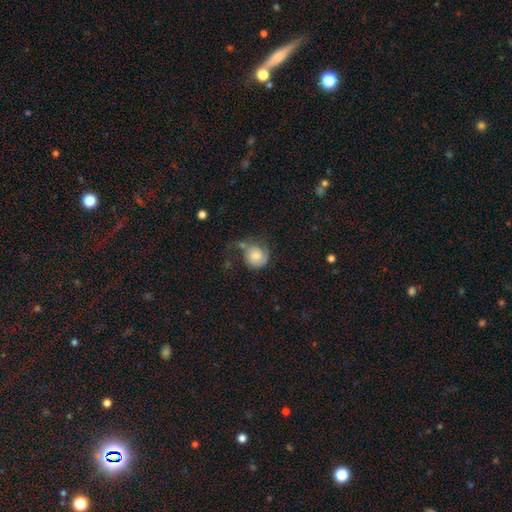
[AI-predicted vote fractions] Morphology: type=smooth (54%); roundness=round (82%); merging=none (34%).